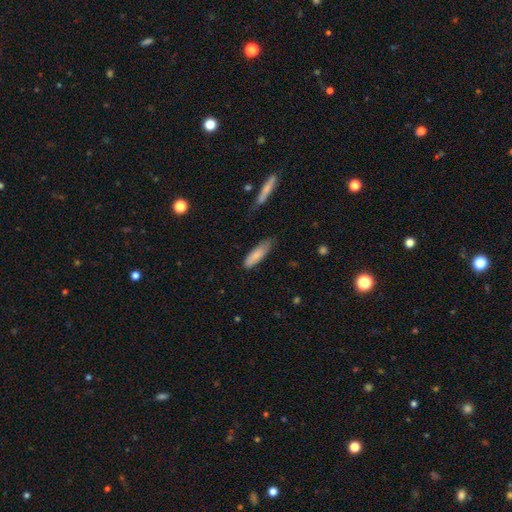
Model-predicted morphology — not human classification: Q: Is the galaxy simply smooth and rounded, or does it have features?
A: smooth — 81%.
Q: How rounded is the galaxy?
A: cigar-shaped — 51%.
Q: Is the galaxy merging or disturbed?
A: none — 65%.